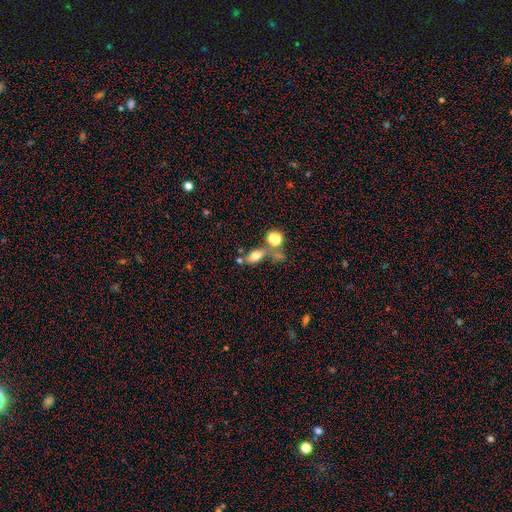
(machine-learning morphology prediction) A smooth galaxy with no disk features (74%) that is in between round and cigar-shaped (79%).

Vote fractions:
- Smooth or featured? smooth: 74% / featured or disk: 15% / star or artifact: 12%
- How rounded? in between: 79% / round: 13% / cigar-shaped: 8%
- Merging? none: 54% / merger: 26% / minor disturbance: 13% / major disturbance: 7%